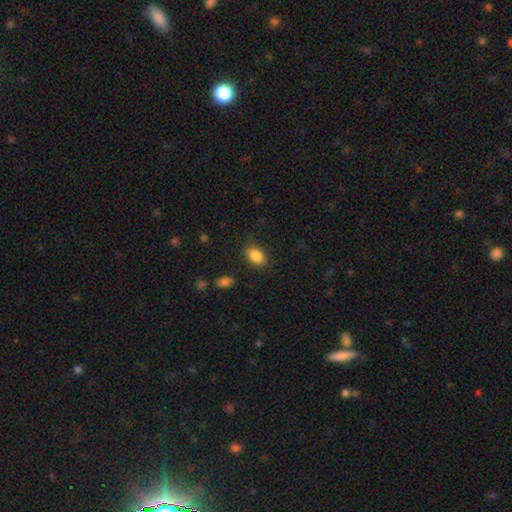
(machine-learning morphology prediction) Smooth or featured?
  - smooth: 87% *
  - star or artifact: 9%
  - featured or disk: 5%
How rounded?
  - in between: 84% *
  - round: 15%
  - cigar-shaped: 1%
Merging?
  - none: 83% *
  - minor disturbance: 12%
  - major disturbance: 3%
  - merger: 1%